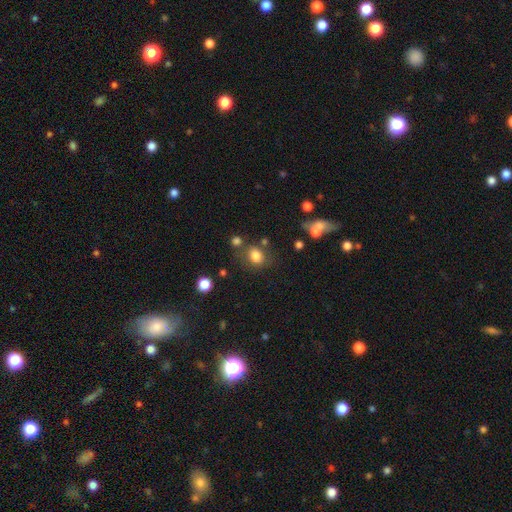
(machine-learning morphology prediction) Smooth or featured: smooth — 80% (star or artifact — 12%)
How rounded: round — 52% (in between — 47%)
Merging: none — 66% (minor disturbance — 17%)